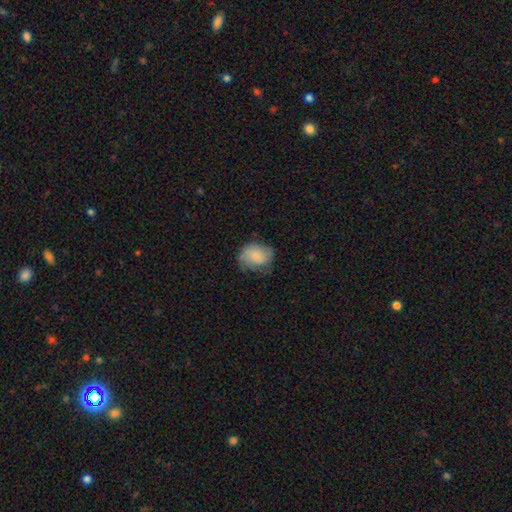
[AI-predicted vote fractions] The model was most divided on "how rounded": round: 51%, in between: 48%, cigar-shaped: 1%. More confident: smooth or featured — smooth (72%); merging — none (56%).